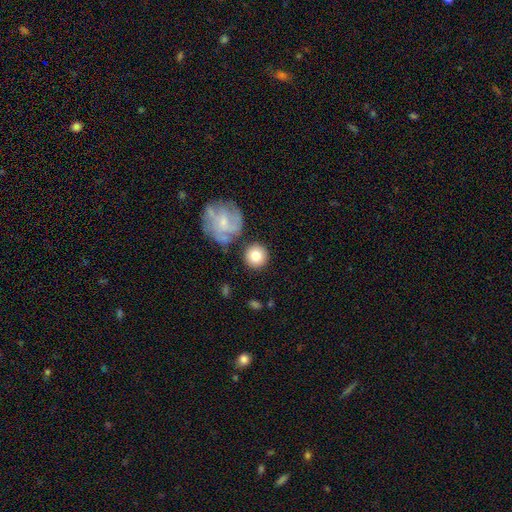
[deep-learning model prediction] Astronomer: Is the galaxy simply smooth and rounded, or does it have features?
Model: smooth — 78%.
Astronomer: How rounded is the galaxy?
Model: round — 94%.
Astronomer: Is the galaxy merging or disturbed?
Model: none — 80%.